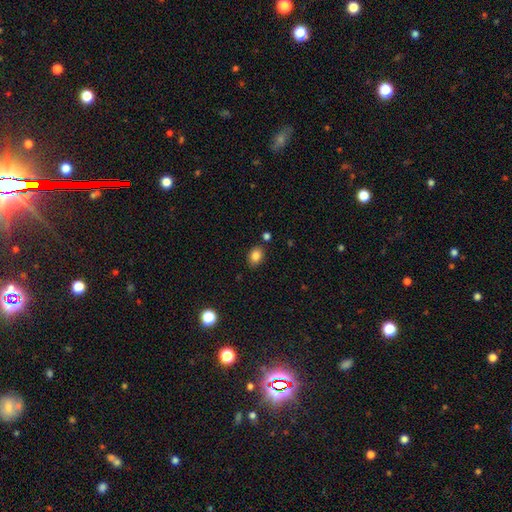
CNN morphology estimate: This appears to be a smooth galaxy with no disk features (85%) that is in between round and cigar-shaped (64%). Merging: none (83%).